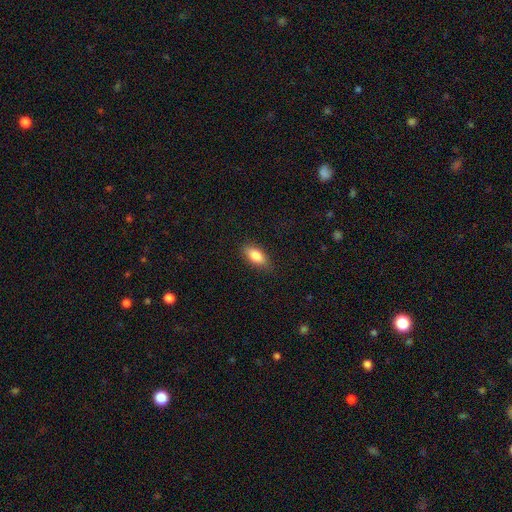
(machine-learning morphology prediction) Smooth or featured? Predicted: smooth (p=0.84). How rounded? Predicted: in between (p=0.85). Merging? Predicted: none (p=0.84).